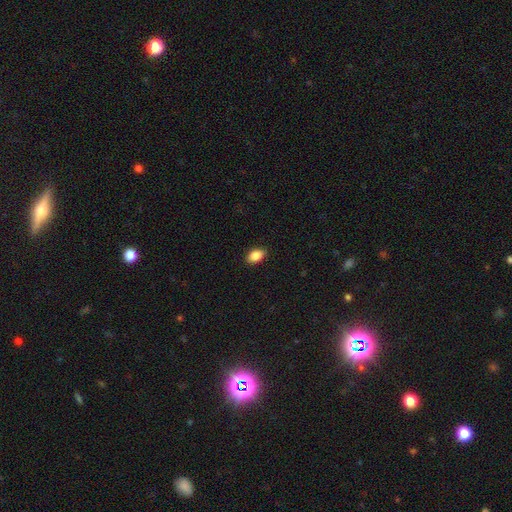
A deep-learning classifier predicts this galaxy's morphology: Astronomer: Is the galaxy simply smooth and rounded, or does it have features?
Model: smooth — 87%.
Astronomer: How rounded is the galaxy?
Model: in between — 88%.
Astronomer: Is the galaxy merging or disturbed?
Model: none — 89%.